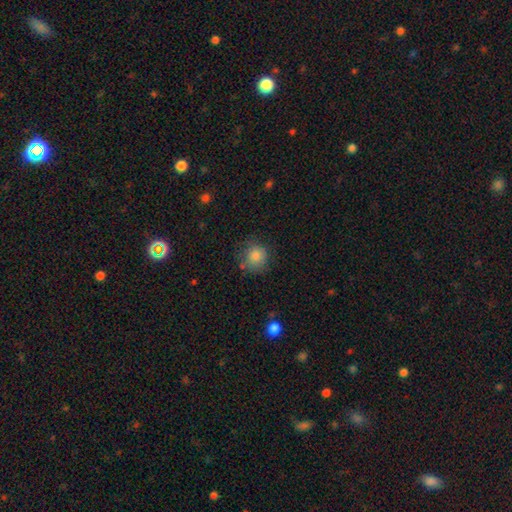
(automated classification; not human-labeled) The model was most divided on "merging": none: 73%, minor disturbance: 18%, major disturbance: 5%, merger: 3%. More confident: how rounded — round (88%); smooth or featured — smooth (84%).